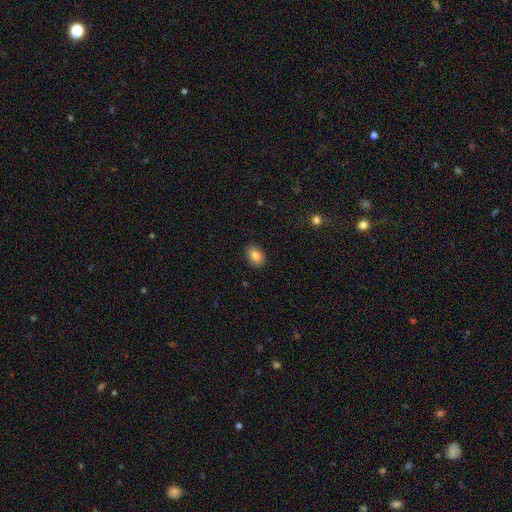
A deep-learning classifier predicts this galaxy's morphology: smooth-or-featured: smooth: 83% | featured or disk: 9% | star or artifact: 8%
  how-rounded: in between: 76% | round: 23% | cigar-shaped: 1%
  merging: none: 85% | minor disturbance: 12% | major disturbance: 2% | merger: 1%